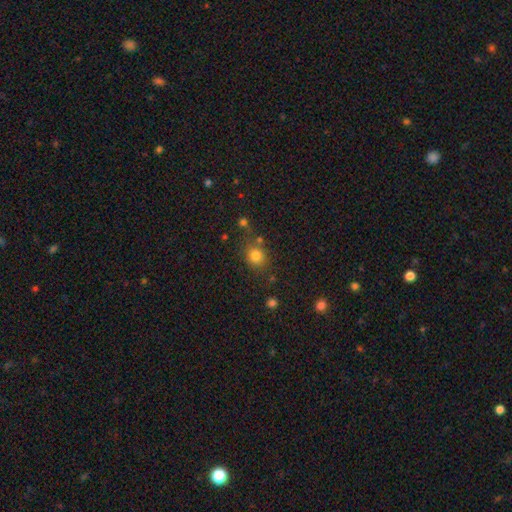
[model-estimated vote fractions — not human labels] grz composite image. It shows a smooth galaxy with no disk features (81%) that is round (76%). Merging: none (72%).